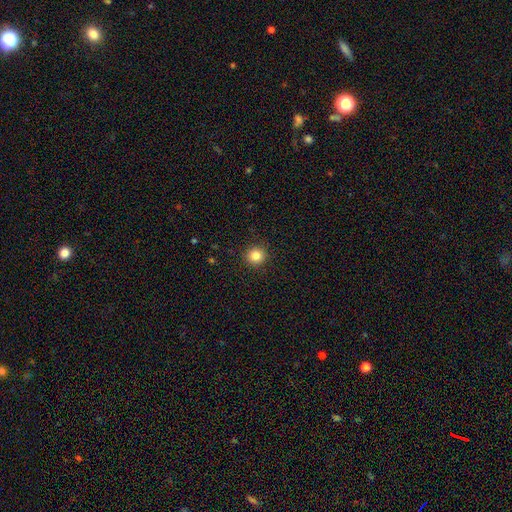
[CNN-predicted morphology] Q: Smooth or featured?
A: smooth (84%); runner-up: star or artifact (11%)
Q: How rounded?
A: round (92%); runner-up: in between (7%)
Q: Merging?
A: none (92%); runner-up: minor disturbance (5%)